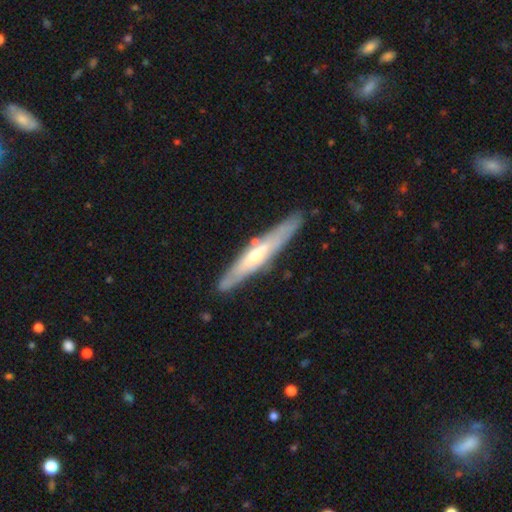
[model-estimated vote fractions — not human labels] Smooth or featured? featured or disk (66%)
Edge-on disk? yes (86%)
Edge-on bulge? rounded (72%)
Merging? none (85%)